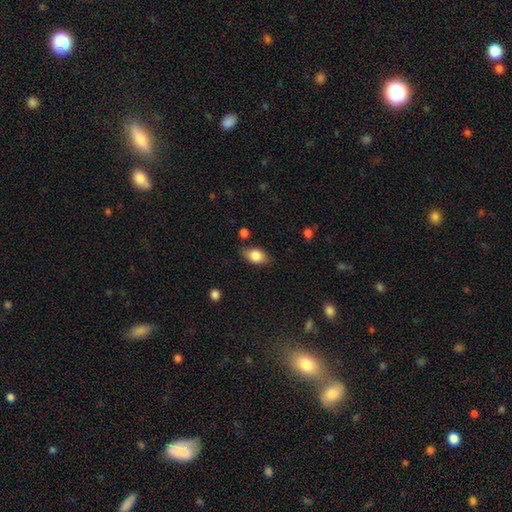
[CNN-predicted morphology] A smooth galaxy with no disk features (81%) that is in between round and cigar-shaped (85%). Merging: none (78%).